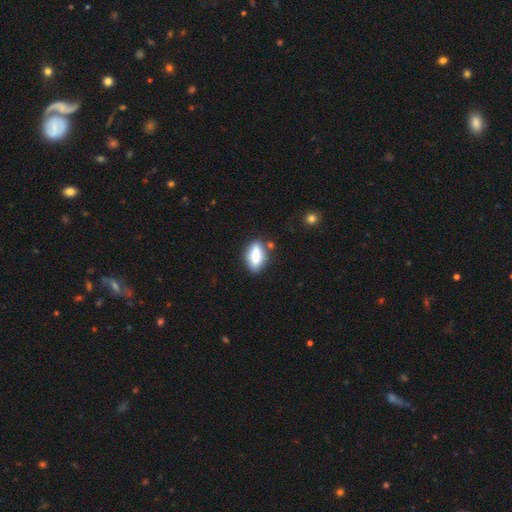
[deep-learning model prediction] smooth-or-featured: smooth: 77% | featured or disk: 15% | star or artifact: 8%
  how-rounded: in between: 81% | cigar-shaped: 14% | round: 5%
  merging: none: 74% | minor disturbance: 16% | merger: 6% | major disturbance: 4%